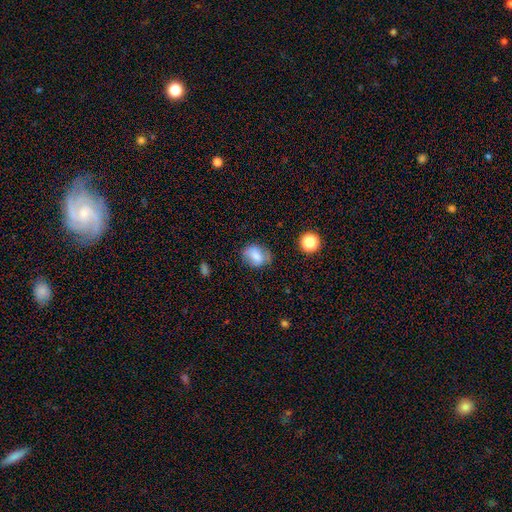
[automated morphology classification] A smooth galaxy with no disk features (69%) that is in between round and cigar-shaped (60%).

Vote fractions:
- Smooth or featured? smooth: 69% / featured or disk: 21% / star or artifact: 10%
- How rounded? in between: 60% / round: 39% / cigar-shaped: 1%
- Merging? none: 65% / minor disturbance: 24% / major disturbance: 8% / merger: 3%